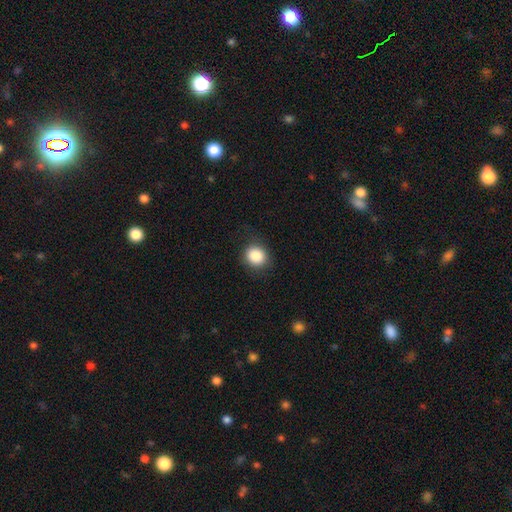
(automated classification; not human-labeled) Smooth or featured? smooth (86%)
How rounded? round (81%)
Merging? none (84%)